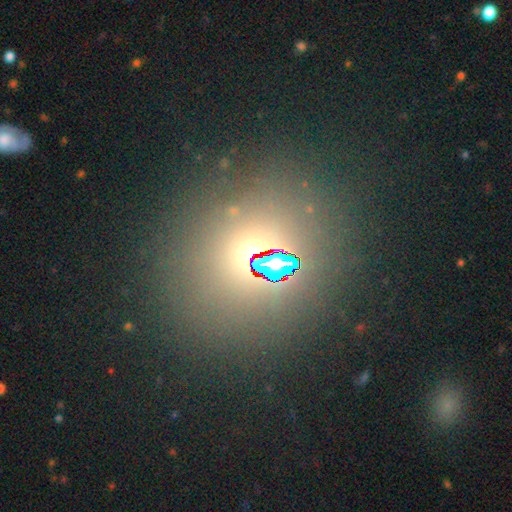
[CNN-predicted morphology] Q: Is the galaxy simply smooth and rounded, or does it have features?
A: star or artifact — 53%.